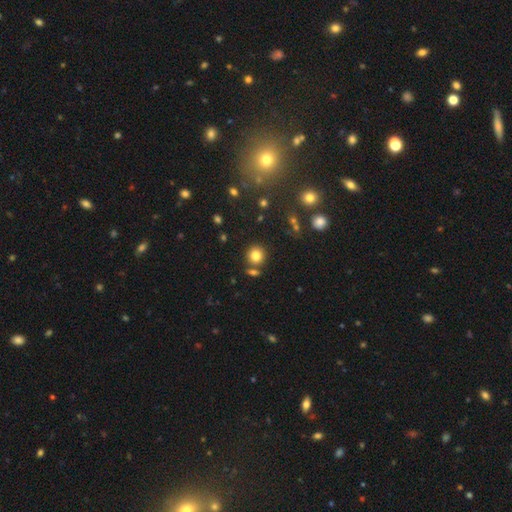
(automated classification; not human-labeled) Morphology: type=smooth (81%); roundness=round (88%); merging=none (78%).